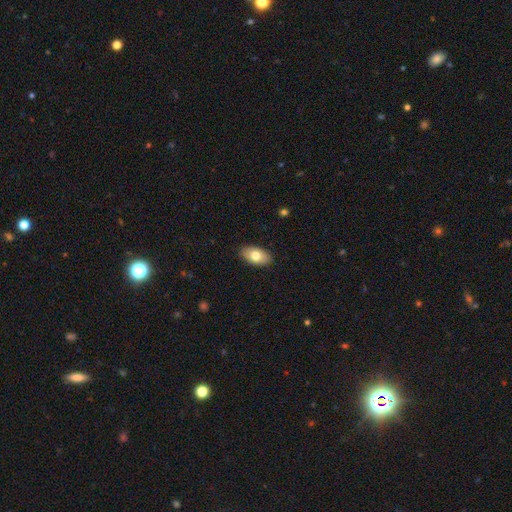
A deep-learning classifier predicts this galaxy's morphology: Smooth or featured: smooth — 77% (featured or disk — 17%)
How rounded: in between — 93% (round — 5%)
Merging: none — 89% (minor disturbance — 9%)